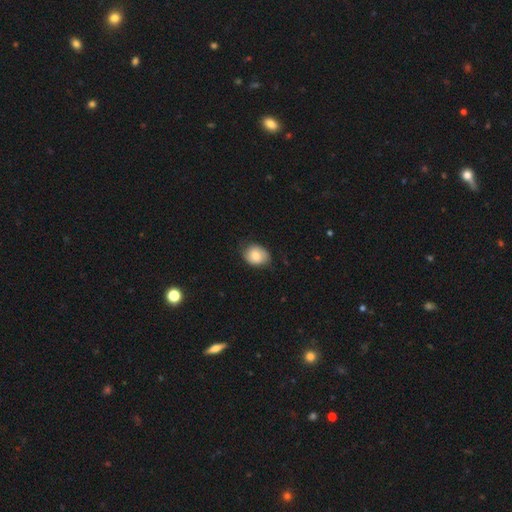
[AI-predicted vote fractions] Morphology: type=smooth (76%); roundness=in between (51%); merging=none (70%).